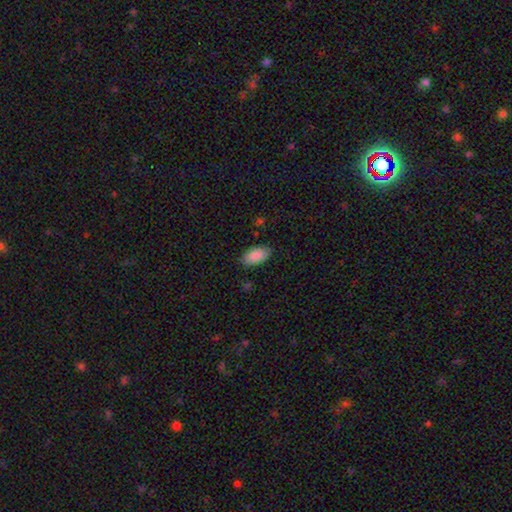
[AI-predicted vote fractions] Smooth or featured?
  - smooth: 89% *
  - star or artifact: 6%
  - featured or disk: 5%
How rounded?
  - in between: 95% *
  - round: 3%
  - cigar-shaped: 3%
Merging?
  - none: 83% *
  - minor disturbance: 13%
  - major disturbance: 3%
  - merger: 1%